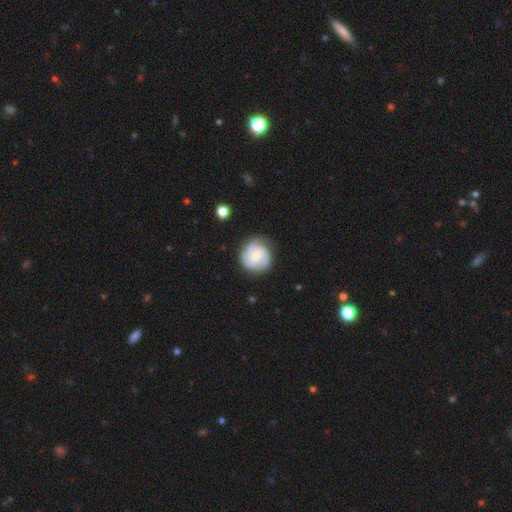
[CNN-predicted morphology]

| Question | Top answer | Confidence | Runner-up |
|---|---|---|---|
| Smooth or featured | featured or disk | 75% | smooth (20%) |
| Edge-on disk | no | 98% | yes (2%) |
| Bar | no | 62% | weak (33%) |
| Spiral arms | yes | 95% | no (5%) |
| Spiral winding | tight | 52% | medium (38%) |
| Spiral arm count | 2 | 41% | 3 (34%) |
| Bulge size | moderate | 48% | small (47%) |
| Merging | none | 74% | minor disturbance (19%) |